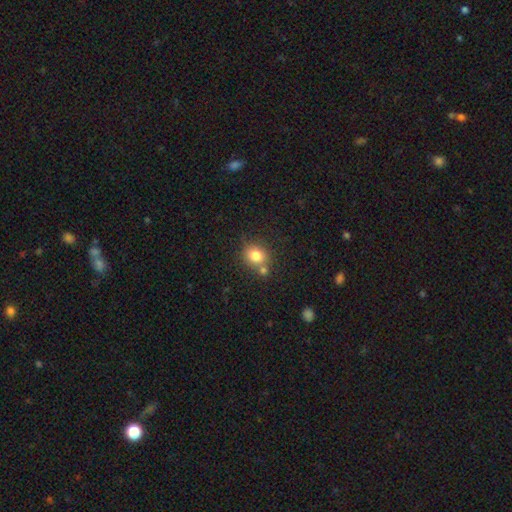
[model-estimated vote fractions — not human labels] This is likely a smooth galaxy (80%). How rounded: likely round (69%). Merging: likely none (62%).